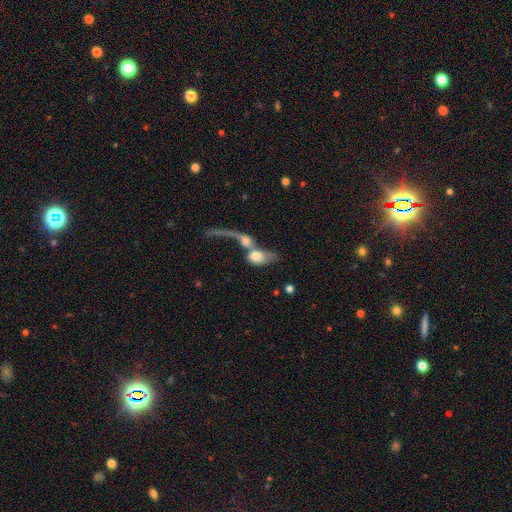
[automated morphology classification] This appears to be a smooth galaxy with no disk features (57%) that is in between round and cigar-shaped (74%). Merging: merger (75%).